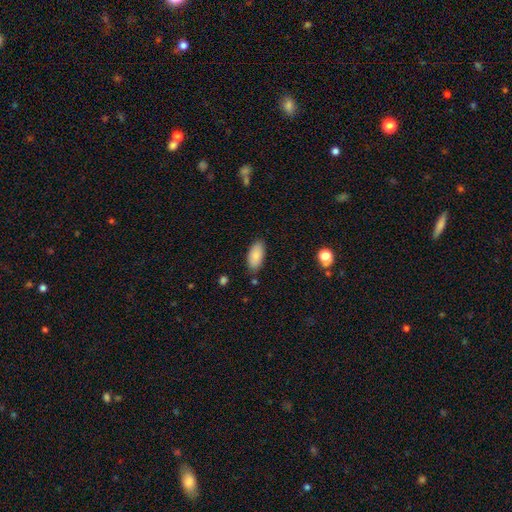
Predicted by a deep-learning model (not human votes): Q: Smooth or featured?
A: smooth (86%); runner-up: featured or disk (7%)
Q: How rounded?
A: in between (92%); runner-up: cigar-shaped (6%)
Q: Merging?
A: none (84%); runner-up: minor disturbance (12%)